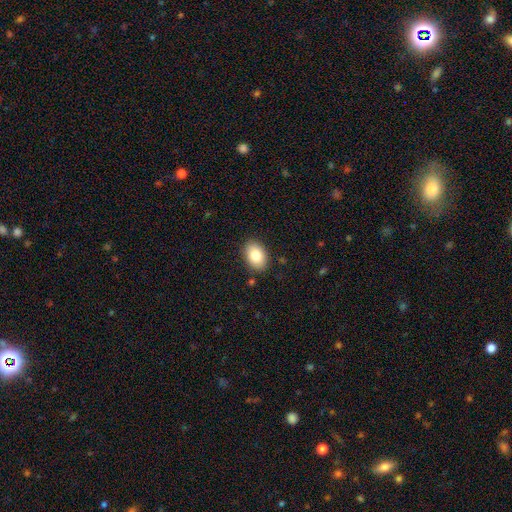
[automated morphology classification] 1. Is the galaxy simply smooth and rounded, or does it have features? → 83% smooth, 10% featured or disk, 7% star or artifact.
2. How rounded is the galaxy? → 85% in between, 14% round, 1% cigar-shaped.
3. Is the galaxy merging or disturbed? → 87% none, 10% minor disturbance, 2% major disturbance, 1% merger.